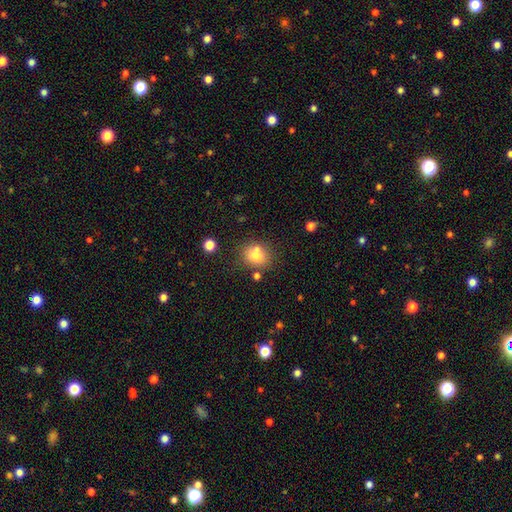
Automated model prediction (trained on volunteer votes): smooth 73%, featured or disk 14%, star or artifact 13%. Down the decision tree: how rounded — round (65%); merging — none (60%).